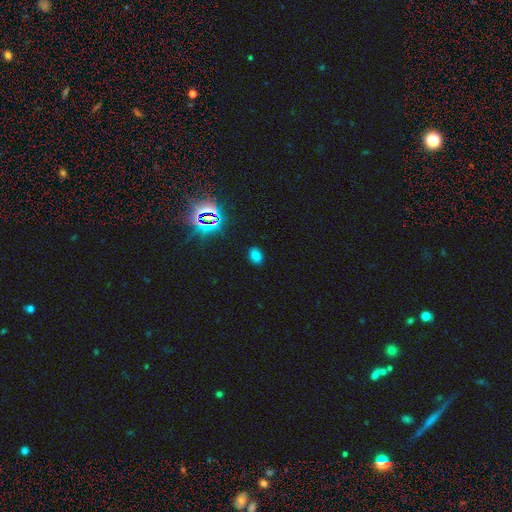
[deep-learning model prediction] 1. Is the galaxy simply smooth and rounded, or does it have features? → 69% smooth, 26% star or artifact, 5% featured or disk.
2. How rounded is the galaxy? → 76% in between, 22% round, 1% cigar-shaped.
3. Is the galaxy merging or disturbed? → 86% none, 10% minor disturbance, 3% major disturbance, 1% merger.